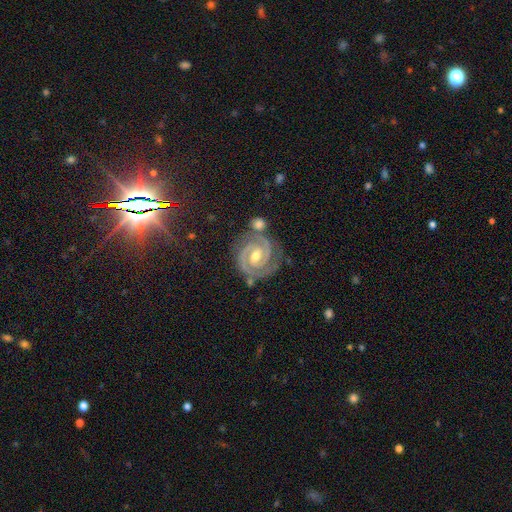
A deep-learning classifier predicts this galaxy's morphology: Smooth or featured? featured or disk (90%)
Edge-on disk? no (98%)
Bar? weak (42%)
Spiral arms? yes (98%)
Spiral winding? tight (78%)
Spiral arm count? 2 (88%)
Bulge size? moderate (67%)
Merging? none (76%)